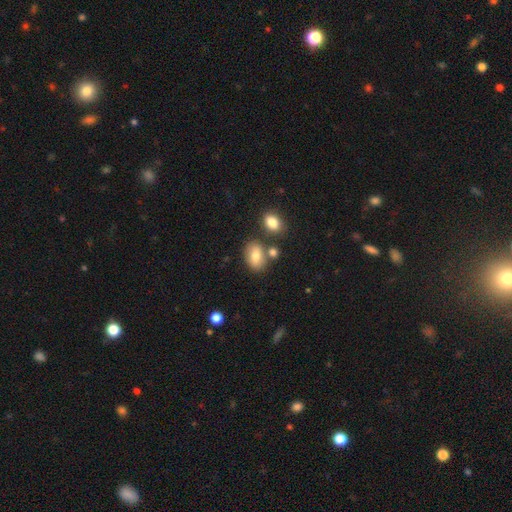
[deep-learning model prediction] This appears to be a smooth galaxy with no disk features (77%) that is in between round and cigar-shaped (80%). Merging: none (67%).